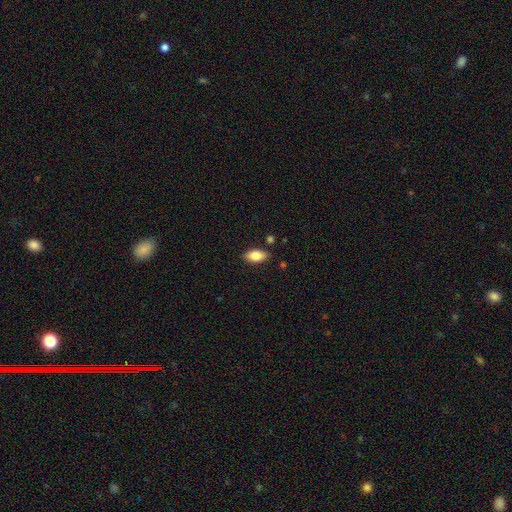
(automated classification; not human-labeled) A smooth galaxy with no disk features (80%) that is in between round and cigar-shaped (90%).

Vote fractions:
- Smooth or featured? smooth: 80% / featured or disk: 13% / star or artifact: 7%
- How rounded? in between: 90% / cigar-shaped: 7% / round: 3%
- Merging? none: 85% / minor disturbance: 10% / merger: 2% / major disturbance: 2%